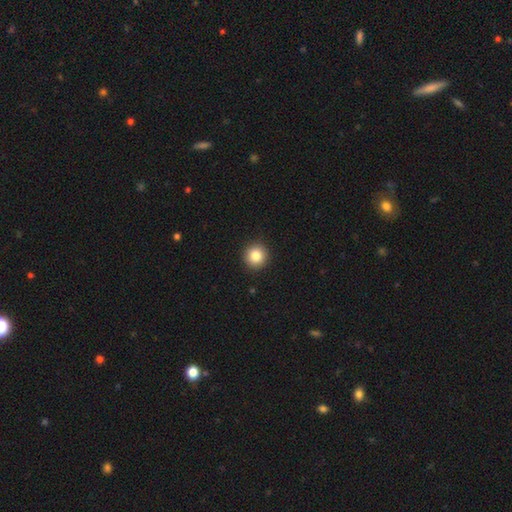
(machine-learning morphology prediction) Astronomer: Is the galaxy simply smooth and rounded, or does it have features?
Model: smooth — 84%.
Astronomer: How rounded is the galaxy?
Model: round — 94%.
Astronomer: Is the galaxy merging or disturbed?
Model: none — 93%.